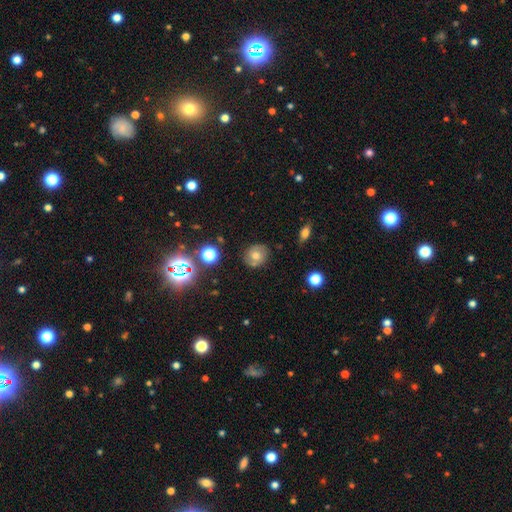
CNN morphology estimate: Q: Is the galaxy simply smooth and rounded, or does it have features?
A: smooth — 55%.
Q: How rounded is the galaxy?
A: round — 74%.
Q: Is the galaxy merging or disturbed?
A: none — 78%.